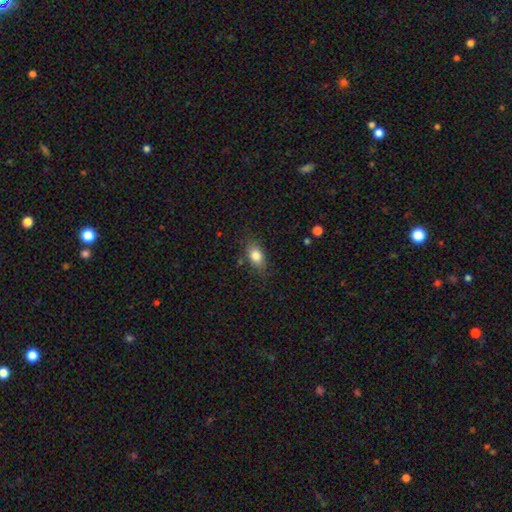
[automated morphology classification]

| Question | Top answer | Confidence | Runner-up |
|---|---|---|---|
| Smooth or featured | smooth | 81% | featured or disk (10%) |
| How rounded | in between | 84% | round (11%) |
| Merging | none | 78% | minor disturbance (16%) |